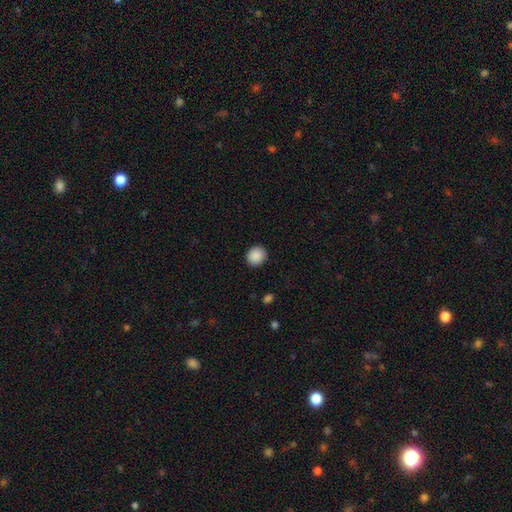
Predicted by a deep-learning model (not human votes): Smooth or featured: smooth — 90% (star or artifact — 8%)
How rounded: round — 88% (in between — 11%)
Merging: none — 91% (minor disturbance — 6%)